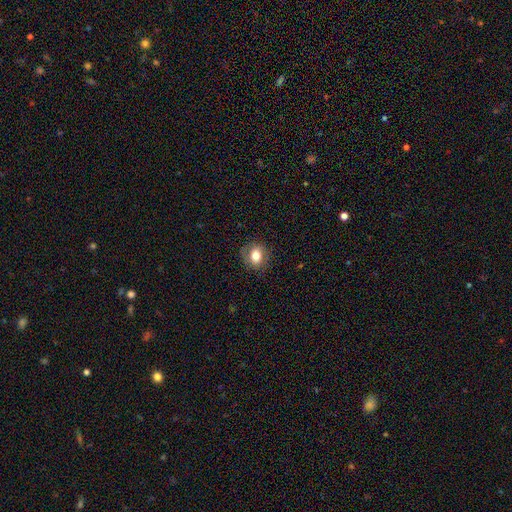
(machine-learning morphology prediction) This appears to be a smooth galaxy with no disk features (77%) that is round (57%). Merging: none (82%).